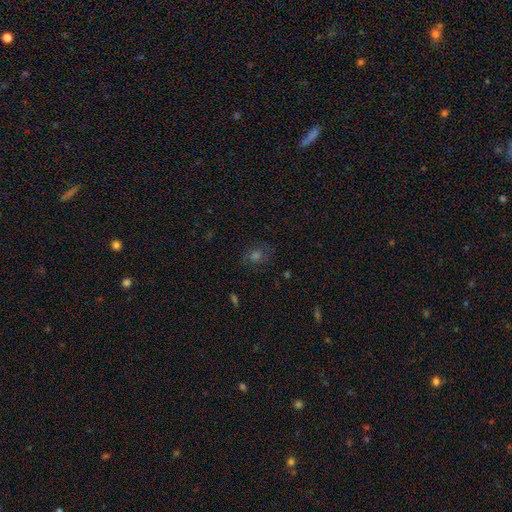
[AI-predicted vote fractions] Morphology: type=smooth (50%); merging=none (79%).